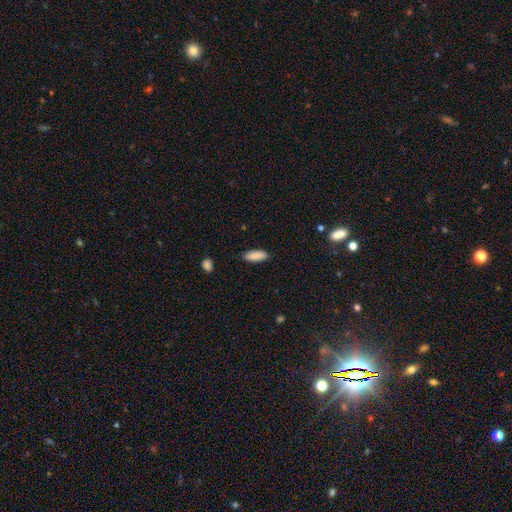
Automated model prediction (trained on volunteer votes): A smooth galaxy with no disk features (89%) that is in between round and cigar-shaped (75%).

Vote fractions:
- Smooth or featured? smooth: 89% / star or artifact: 6% / featured or disk: 5%
- How rounded? in between: 75% / cigar-shaped: 24% / round: 2%
- Merging? none: 87% / minor disturbance: 10% / major disturbance: 2% / merger: 1%